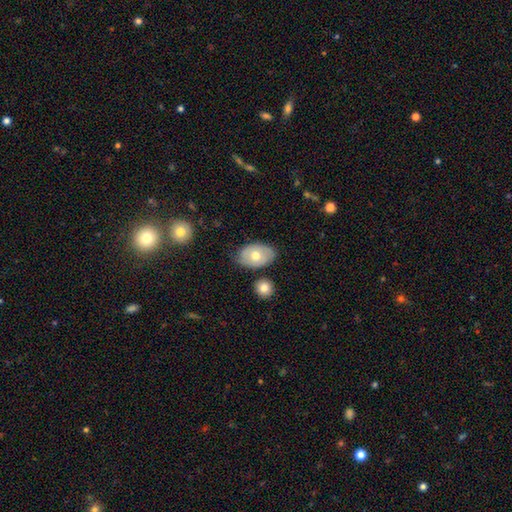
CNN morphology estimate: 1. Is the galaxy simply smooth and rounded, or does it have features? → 64% smooth, 30% featured or disk, 6% star or artifact.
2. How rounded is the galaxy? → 87% in between, 12% round, 1% cigar-shaped.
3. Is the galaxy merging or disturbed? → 71% none, 18% minor disturbance, 7% merger, 4% major disturbance.